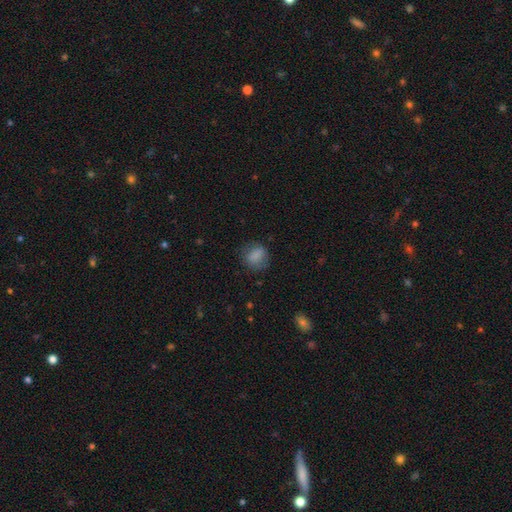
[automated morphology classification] Q: Smooth or featured?
A: smooth (83%); runner-up: star or artifact (9%)
Q: How rounded?
A: round (61%); runner-up: in between (38%)
Q: Merging?
A: none (72%); runner-up: minor disturbance (19%)